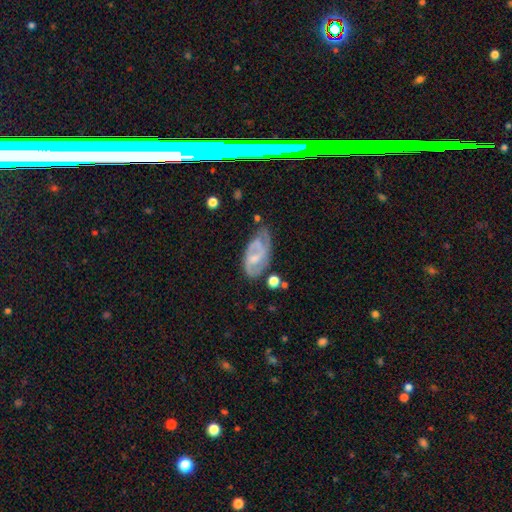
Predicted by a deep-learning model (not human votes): Smooth or featured? Predicted: featured or disk (p=0.72). Edge-on disk? Predicted: no (p=0.95). Bar? Predicted: weak (p=0.47). Spiral arms? Predicted: yes (p=0.89). Spiral winding? Predicted: medium (p=0.44). Spiral arm count? Predicted: 2 (p=0.66). Bulge size? Predicted: small (p=0.47). Merging? Predicted: none (p=0.49).